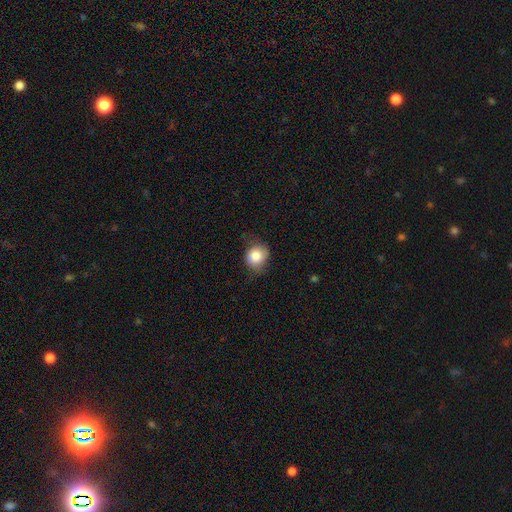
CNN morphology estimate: Overall: smooth (82%). How rounded: round (72%). Merging: none (64%; minor disturbance 27%).